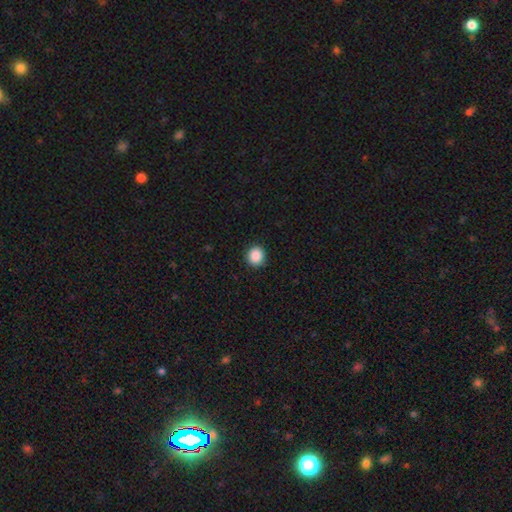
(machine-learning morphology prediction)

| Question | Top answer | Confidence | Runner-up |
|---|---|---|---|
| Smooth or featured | smooth | 89% | star or artifact (9%) |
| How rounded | round | 86% | in between (13%) |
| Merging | none | 91% | minor disturbance (6%) |